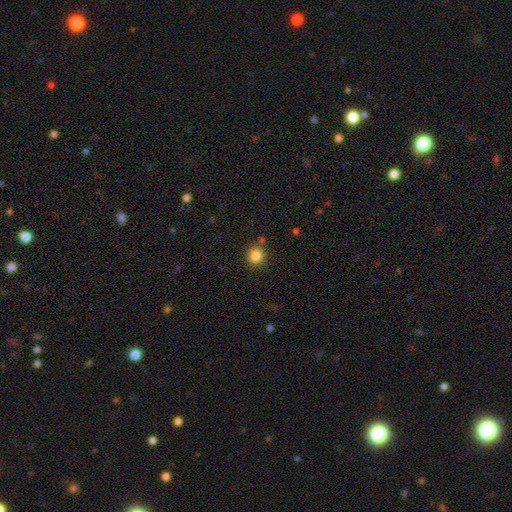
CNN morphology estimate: A smooth galaxy with no disk features (84%) that is round (93%). Merging: none (86%).